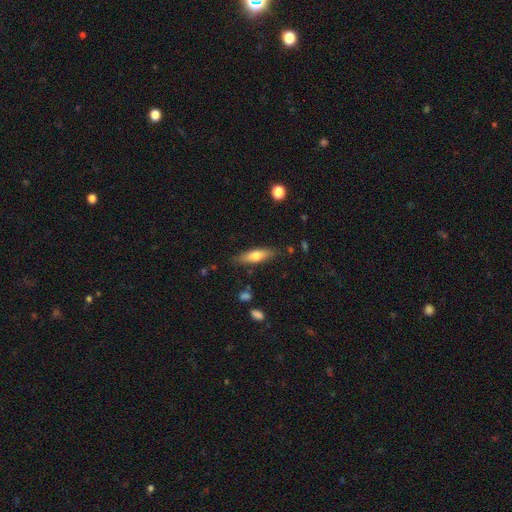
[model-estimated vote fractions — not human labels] A smooth galaxy with no disk features (66%) that is cigar-shaped (57%).

Vote fractions:
- Smooth or featured? smooth: 66% / featured or disk: 28% / star or artifact: 6%
- How rounded? cigar-shaped: 57% / in between: 41% / round: 2%
- Merging? none: 83% / minor disturbance: 13% / major disturbance: 3% / merger: 2%